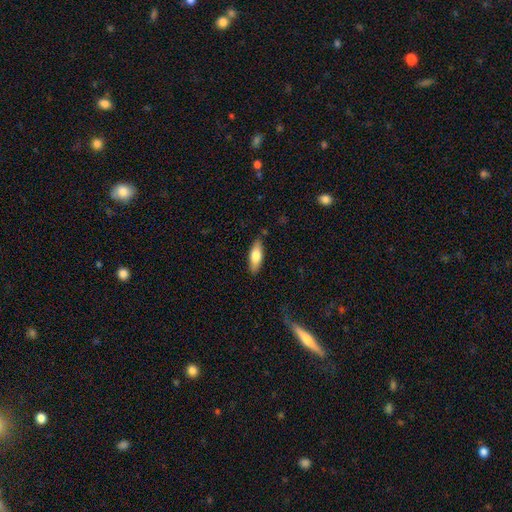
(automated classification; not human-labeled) This appears to be a smooth galaxy with no disk features (73%) that is in between round and cigar-shaped (62%). Merging: none (84%).